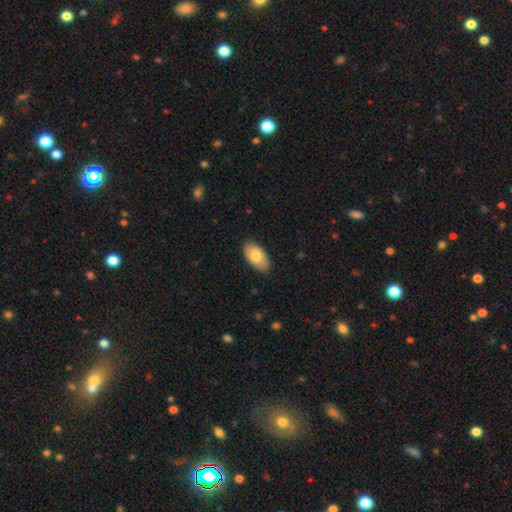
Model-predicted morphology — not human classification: smooth_or_featured: smooth (p=0.78) [alt: featured or disk p=0.16]
how_rounded: in between (p=0.95) [alt: round p=0.03]
merging: none (p=0.85) [alt: minor disturbance p=0.12]